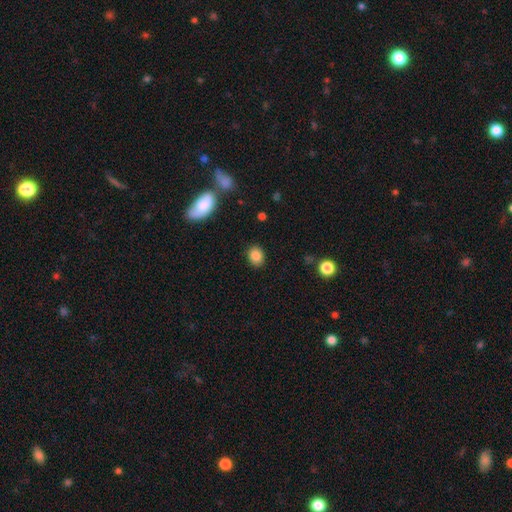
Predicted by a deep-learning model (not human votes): This appears to be a smooth galaxy with no disk features (85%) that is in between round and cigar-shaped (52%). Merging: none (88%).